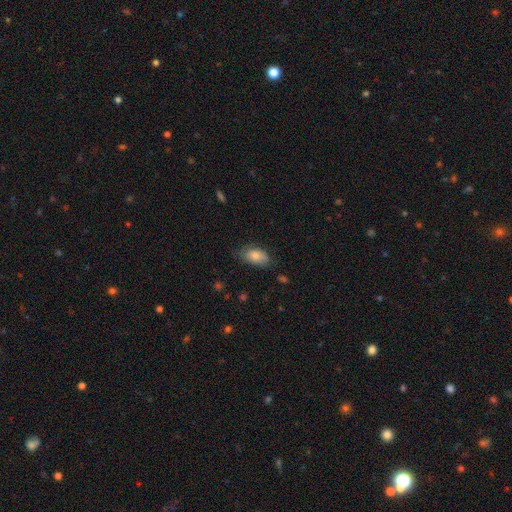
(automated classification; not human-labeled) Q: Smooth or featured?
A: smooth (79%); runner-up: featured or disk (14%)
Q: How rounded?
A: in between (92%); runner-up: round (6%)
Q: Merging?
A: none (67%); runner-up: minor disturbance (25%)